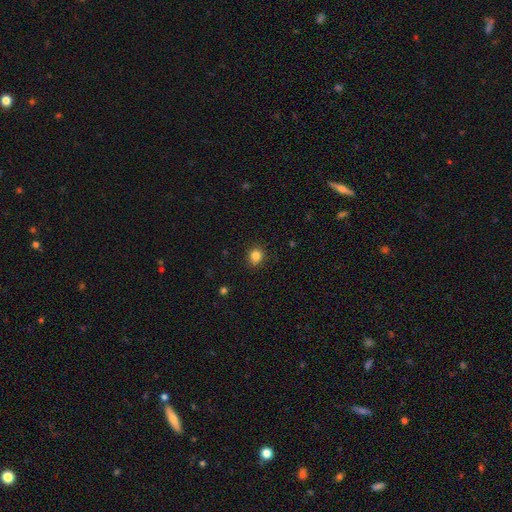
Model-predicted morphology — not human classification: smooth-or-featured: smooth: 83% | star or artifact: 12% | featured or disk: 5%
  how-rounded: round: 75% | in between: 24% | cigar-shaped: 1%
  merging: none: 86% | minor disturbance: 11% | major disturbance: 2% | merger: 1%